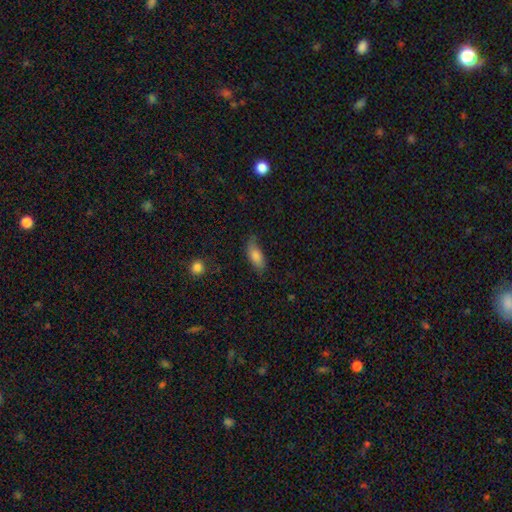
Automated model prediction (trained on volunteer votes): smooth 80%, featured or disk 13%, star or artifact 7%. Down the decision tree: how rounded — in between (80%); merging — none (67%).